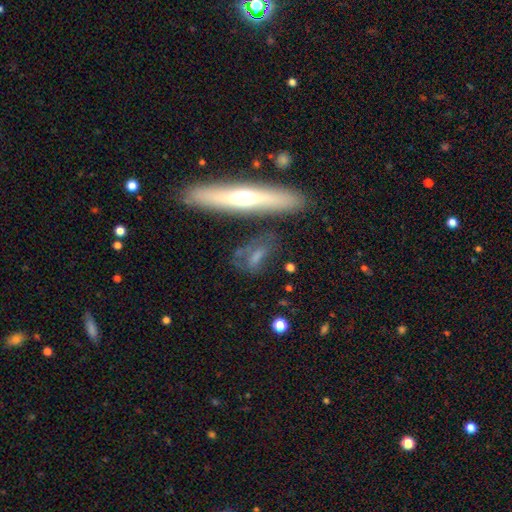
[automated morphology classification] Q: Smooth or featured?
A: smooth (45%); runner-up: featured or disk (43%)
Q: Merging?
A: none (65%); runner-up: minor disturbance (19%)